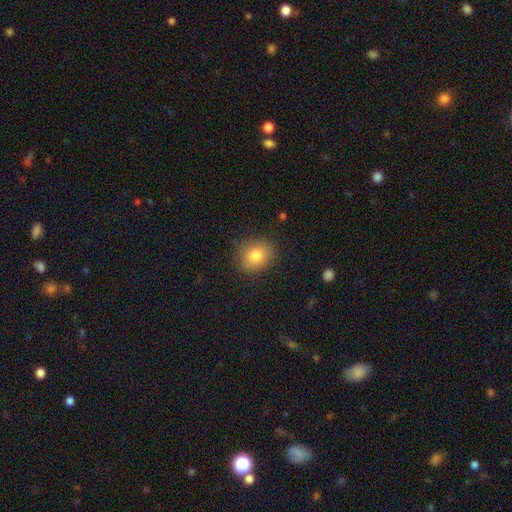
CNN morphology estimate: The model was most divided on "how rounded": round: 61%, in between: 38%, cigar-shaped: 1%. More confident: merging — none (86%); smooth or featured — smooth (81%).